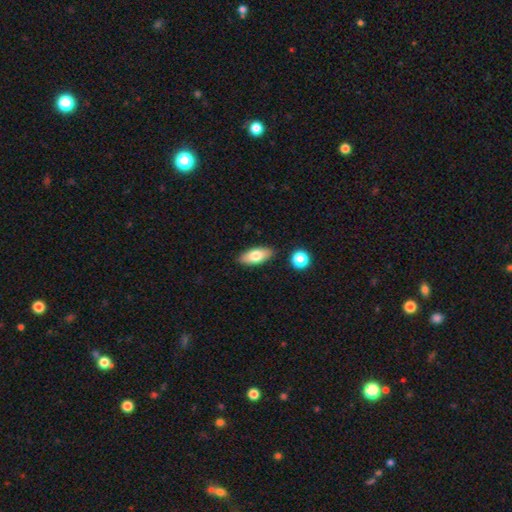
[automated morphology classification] A smooth galaxy with no disk features (76%) that is in between round and cigar-shaped (86%).

Vote fractions:
- Smooth or featured? smooth: 76% / featured or disk: 17% / star or artifact: 7%
- How rounded? in between: 86% / cigar-shaped: 11% / round: 3%
- Merging? none: 87% / minor disturbance: 9% / merger: 3% / major disturbance: 2%